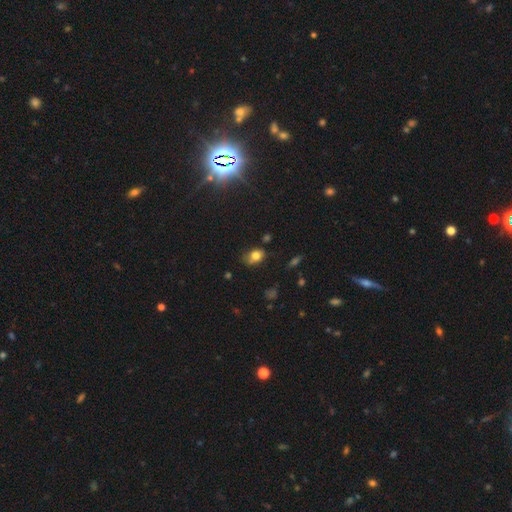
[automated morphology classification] smooth 77%, star or artifact 12%, featured or disk 11%. Down the decision tree: how rounded — in between (66%); merging — none (58%).